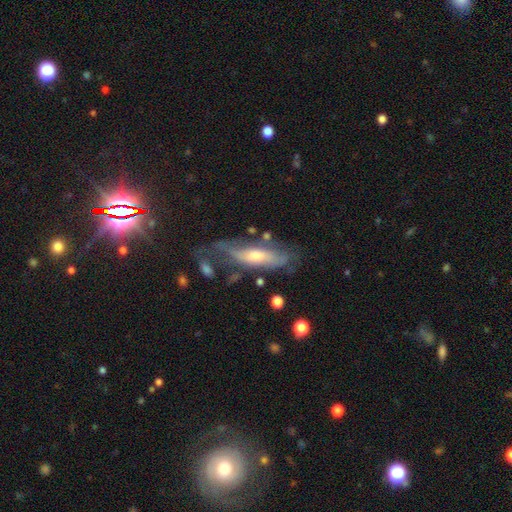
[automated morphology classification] Smooth or featured? Predicted: featured or disk (p=0.61). Edge-on disk? Predicted: no (p=0.60). Merging? Predicted: none (p=0.47).